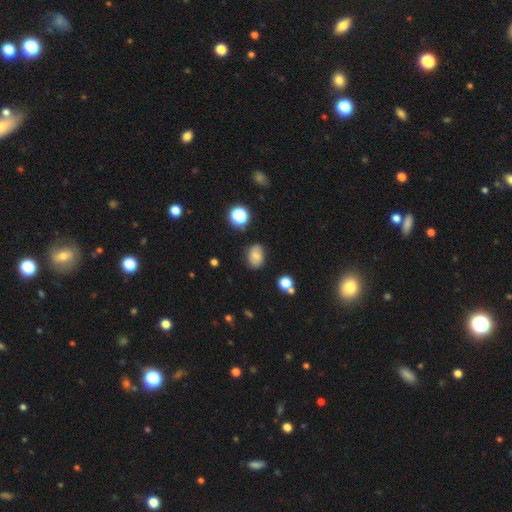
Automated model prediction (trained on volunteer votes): smooth 73%, featured or disk 14%, star or artifact 13%. Down the decision tree: how rounded — in between (77%); merging — none (77%).